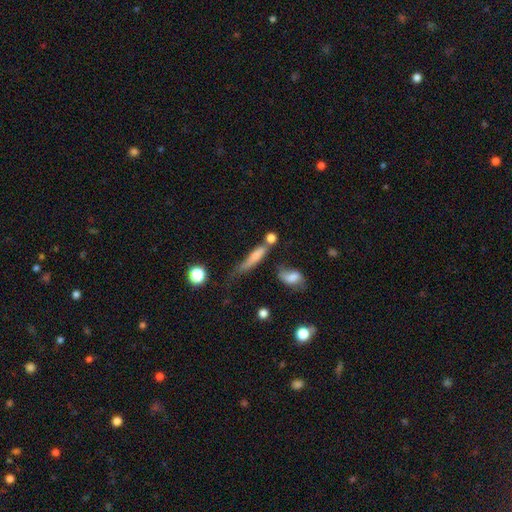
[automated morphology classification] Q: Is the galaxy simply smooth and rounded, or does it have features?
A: smooth — 64%.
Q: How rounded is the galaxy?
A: cigar-shaped — 68%.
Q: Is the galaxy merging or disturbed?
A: none — 31%.